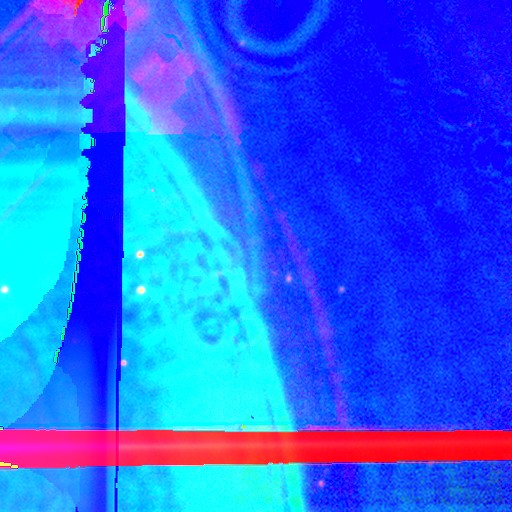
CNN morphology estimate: This is clearly a star or artifact rather than a galaxy (86%).